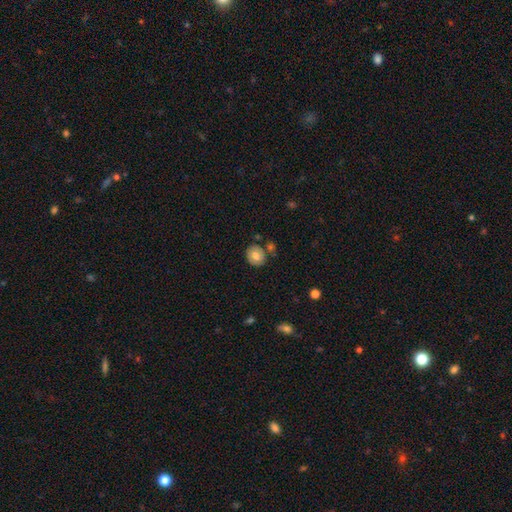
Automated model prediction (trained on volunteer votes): Q: Smooth or featured?
A: smooth (71%); runner-up: featured or disk (21%)
Q: How rounded?
A: round (80%); runner-up: in between (20%)
Q: Merging?
A: none (79%); runner-up: minor disturbance (11%)